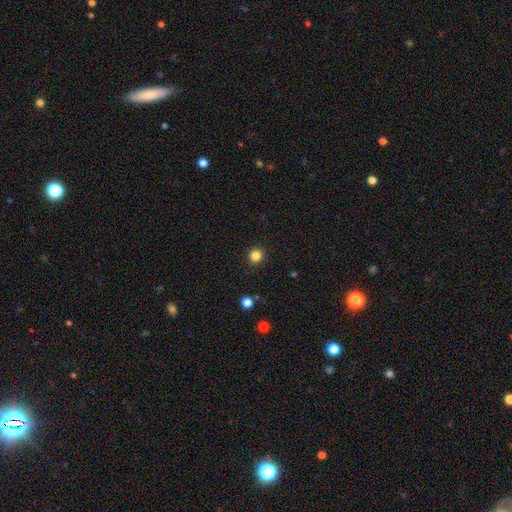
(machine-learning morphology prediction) A smooth galaxy with no disk features (84%) that is round (92%).

Vote fractions:
- Smooth or featured? smooth: 84% / star or artifact: 12% / featured or disk: 4%
- How rounded? round: 92% / in between: 7% / cigar-shaped: 1%
- Merging? none: 92% / minor disturbance: 5% / major disturbance: 2% / merger: 1%